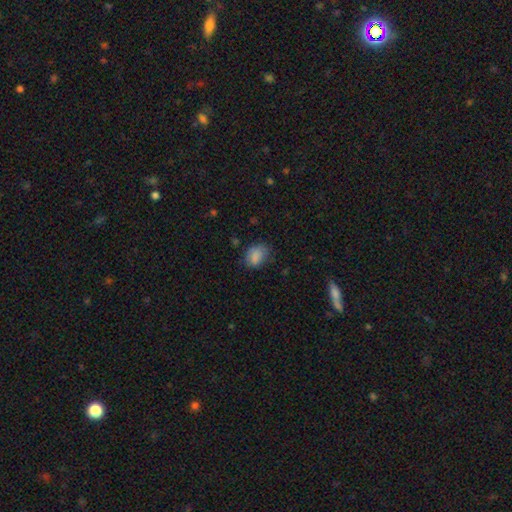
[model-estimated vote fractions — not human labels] Overall: smooth (83%). How rounded: in between (66%; round 33%). Merging: none (66%).